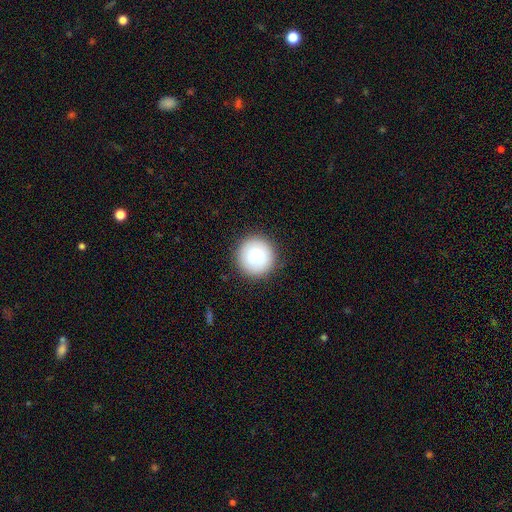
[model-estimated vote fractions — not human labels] Smooth or featured? smooth (81%)
How rounded? round (95%)
Merging? none (89%)